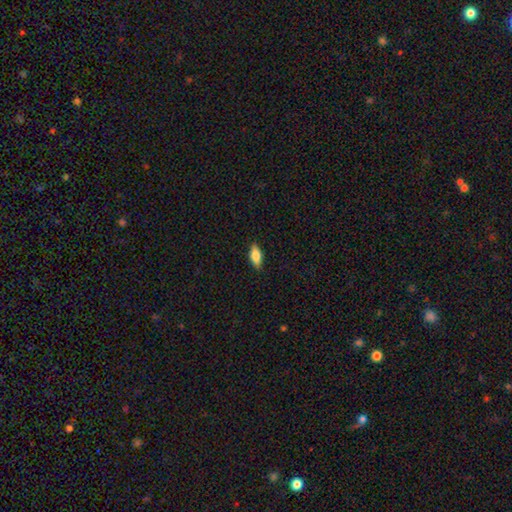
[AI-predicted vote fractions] smooth 81%, featured or disk 12%, star or artifact 7%. Down the decision tree: how rounded — in between (83%); merging — none (86%).